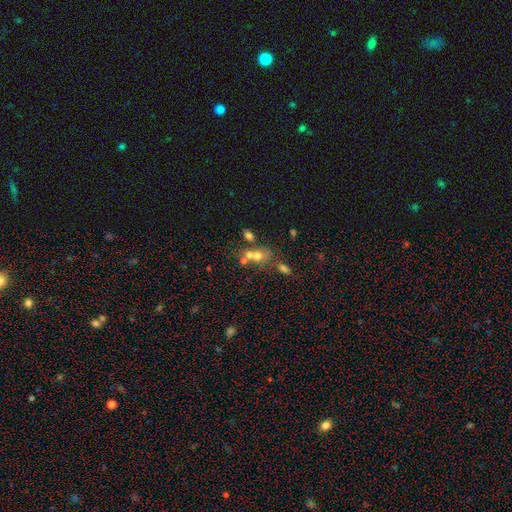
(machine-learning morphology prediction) Smooth or featured: smooth — 52% (featured or disk — 25%)
How rounded: round — 52% (in between — 45%)
Merging: merger — 45% (none — 37%)